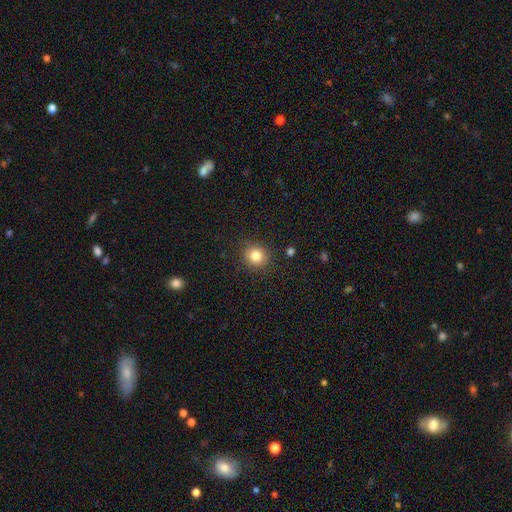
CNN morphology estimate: type=smooth (83%); roundness=round (86%); merging=none (89%).